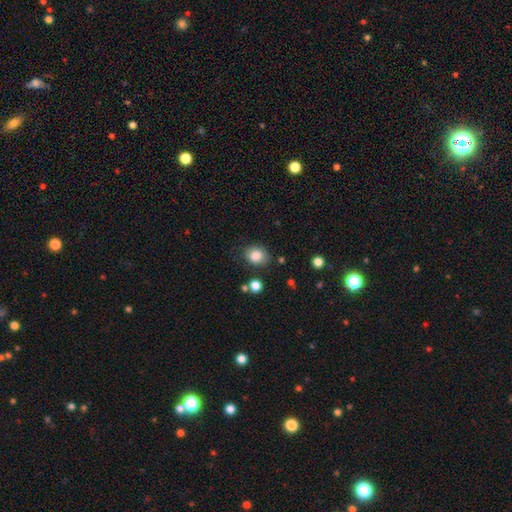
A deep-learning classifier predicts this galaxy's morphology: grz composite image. It shows a smooth galaxy with no disk features (85%) that is round (63%). Merging: none (75%).